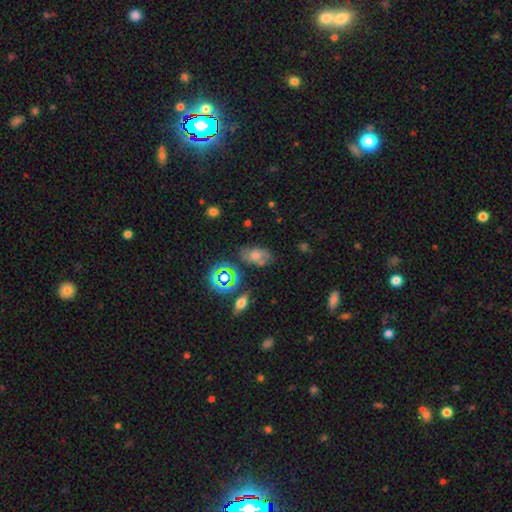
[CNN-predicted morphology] smooth_or_featured: star or artifact (p=0.38) [alt: smooth p=0.35]